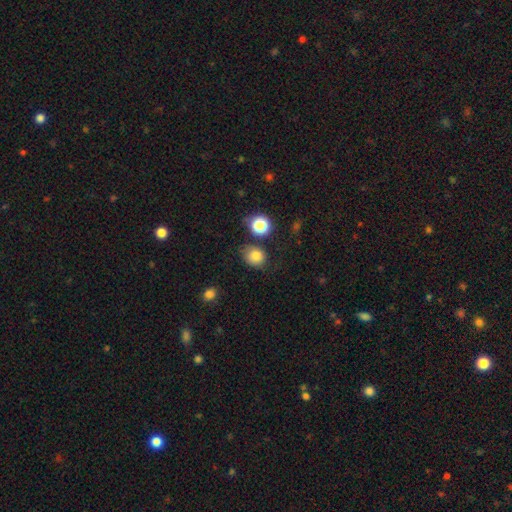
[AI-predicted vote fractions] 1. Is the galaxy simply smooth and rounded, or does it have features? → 80% smooth, 13% star or artifact, 7% featured or disk.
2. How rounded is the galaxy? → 66% round, 33% in between, 1% cigar-shaped.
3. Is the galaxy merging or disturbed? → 71% none, 18% minor disturbance, 6% merger, 5% major disturbance.